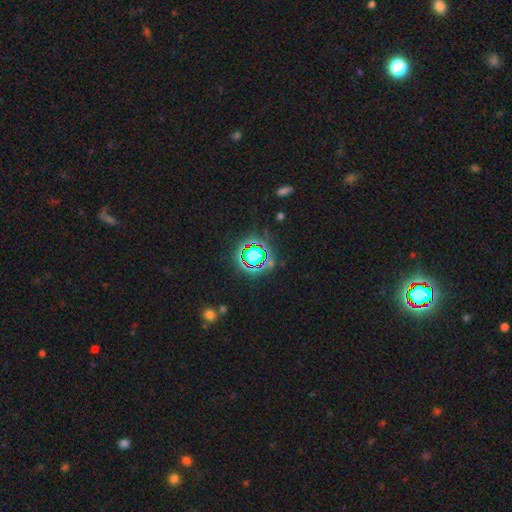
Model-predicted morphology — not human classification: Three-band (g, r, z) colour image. It shows a star or artifact, not a galaxy (65%).